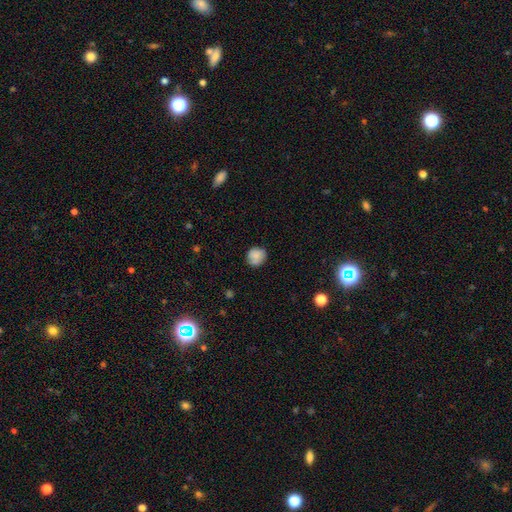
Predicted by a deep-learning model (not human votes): Smooth or featured? Predicted: smooth (p=0.82). How rounded? Predicted: round (p=0.83). Merging? Predicted: none (p=0.74).